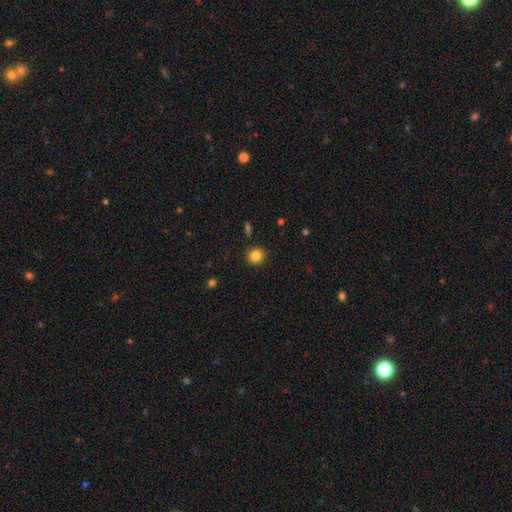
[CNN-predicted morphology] smooth 83%, star or artifact 11%, featured or disk 6%. Down the decision tree: how rounded — round (89%); merging — none (91%).